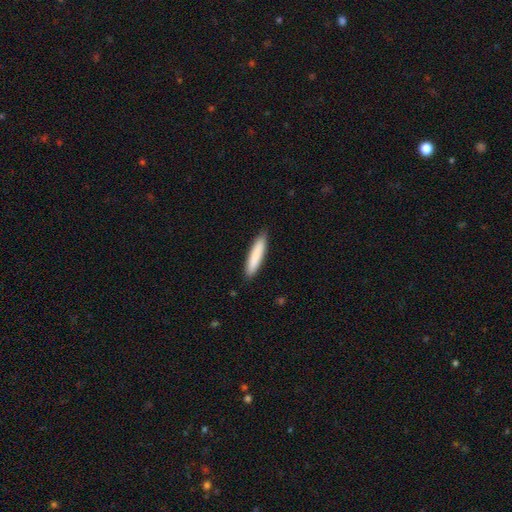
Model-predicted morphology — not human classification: Smooth or featured?
  - smooth: 85% *
  - featured or disk: 10%
  - star or artifact: 5%
How rounded?
  - cigar-shaped: 86% *
  - in between: 13%
  - round: 1%
Merging?
  - none: 89% *
  - minor disturbance: 9%
  - major disturbance: 2%
  - merger: 1%